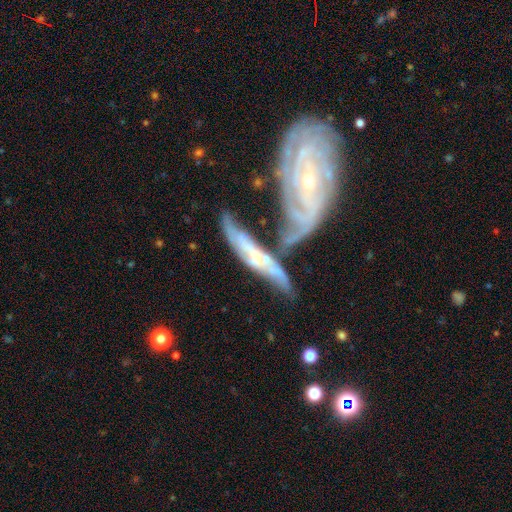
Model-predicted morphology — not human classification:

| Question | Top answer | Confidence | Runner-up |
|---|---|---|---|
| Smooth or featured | featured or disk | 75% | smooth (18%) |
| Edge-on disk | no | 76% | yes (24%) |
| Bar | no | 56% | weak (29%) |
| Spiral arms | yes | 84% | no (16%) |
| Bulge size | small | 64% | moderate (26%) |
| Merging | merger | 54% | none (22%) |